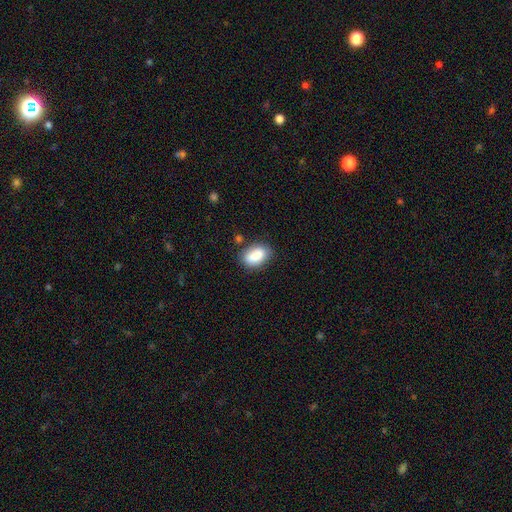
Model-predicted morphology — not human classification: Smooth or featured? Predicted: smooth (p=0.87). How rounded? Predicted: in between (p=0.90). Merging? Predicted: none (p=0.79).